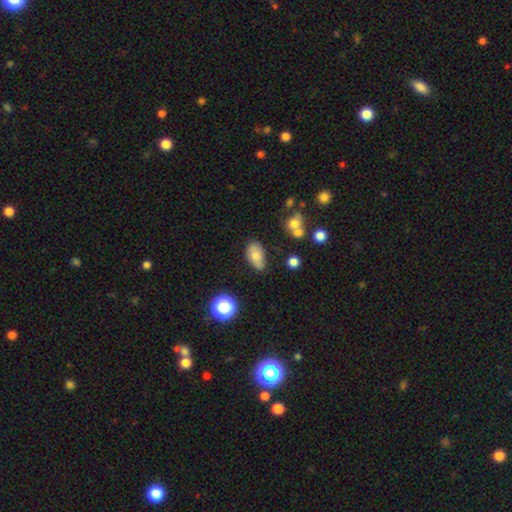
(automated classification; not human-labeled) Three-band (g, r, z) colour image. It shows a smooth galaxy with no disk features (69%) that is in between round and cigar-shaped (89%). Merging: none (58%).